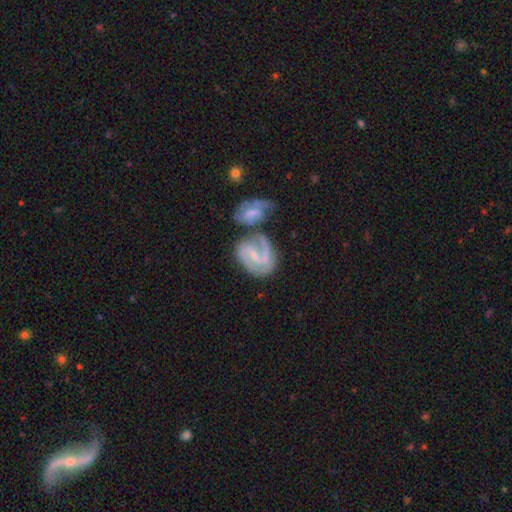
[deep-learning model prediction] A featured or disk galaxy (84%) with a weak bar (48%), 2 (82%) medium (52%) spiral arms (95%) and a small central bulge (66%). Merging: merger (43%).